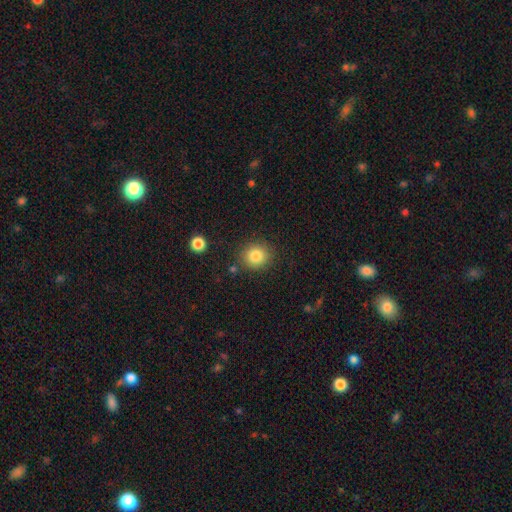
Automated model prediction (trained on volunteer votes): Morphology: type=smooth (84%); roundness=round (80%); merging=none (85%).